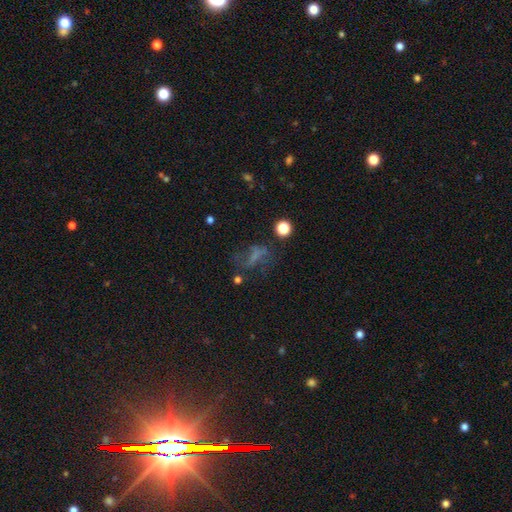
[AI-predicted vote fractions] This appears to be a smooth galaxy with no disk features (37%). Merging: none (47%).